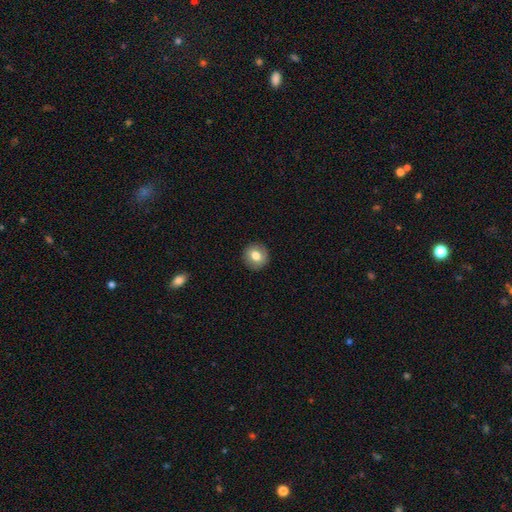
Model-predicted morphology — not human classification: Smooth or featured: smooth — 78% (featured or disk — 14%)
How rounded: round — 92% (in between — 7%)
Merging: none — 92% (minor disturbance — 6%)